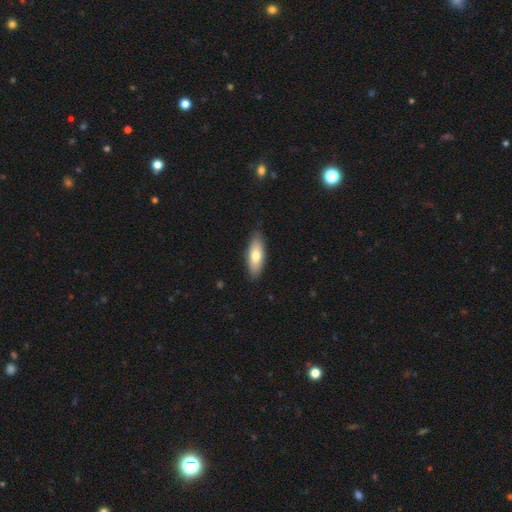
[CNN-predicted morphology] smooth-or-featured: smooth: 70% | featured or disk: 24% | star or artifact: 6%
  how-rounded: in between: 69% | cigar-shaped: 29% | round: 2%
  merging: none: 85% | minor disturbance: 12% | major disturbance: 2% | merger: 1%